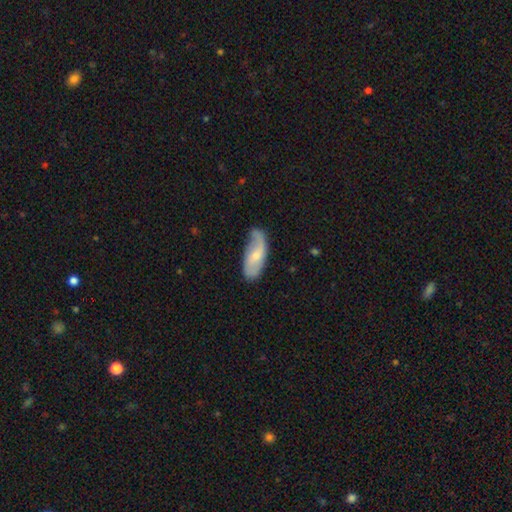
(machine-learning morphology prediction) Overall: featured or disk (55%; smooth 39%). Edge-on disk: no (91%). Bar: no (51%; weak 38%). Spiral arms: yes (84%). Bulge size: small (56%; moderate 37%). Merging: none (57%; minor disturbance 30%).